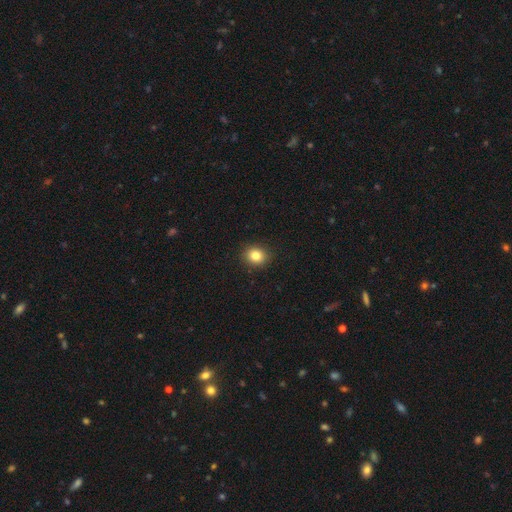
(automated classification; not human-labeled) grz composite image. It shows a smooth galaxy with no disk features (84%) that is round (70%). Merging: none (90%).